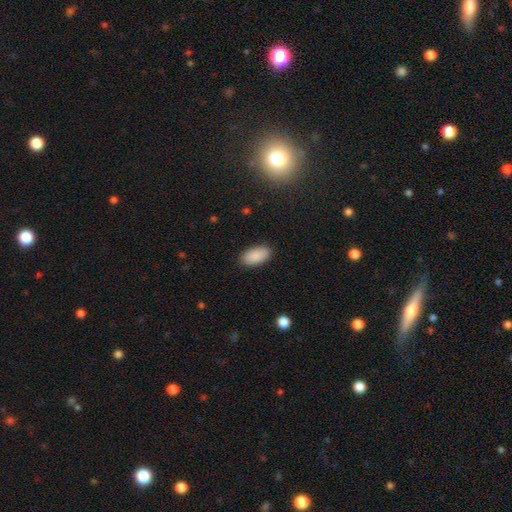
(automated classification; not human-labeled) A smooth galaxy with no disk features (89%) that is in between round and cigar-shaped (95%). Merging: none (88%).